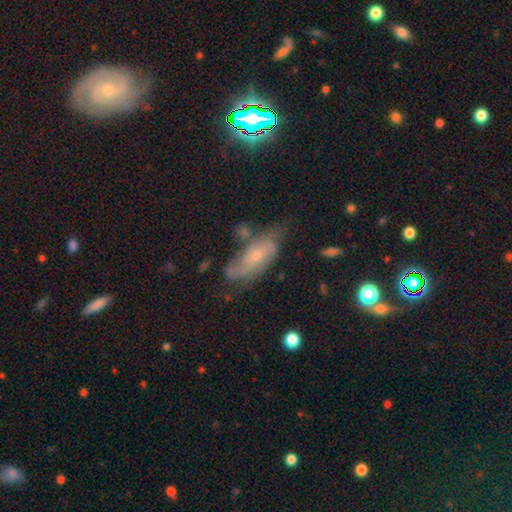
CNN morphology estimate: Overall: featured or disk (66%). Edge-on disk: no (87%). Bar: no (62%; weak 32%). Spiral arms: yes (85%). Bulge size: small (63%; moderate 30%). Merging: none (51%; minor disturbance 28%).